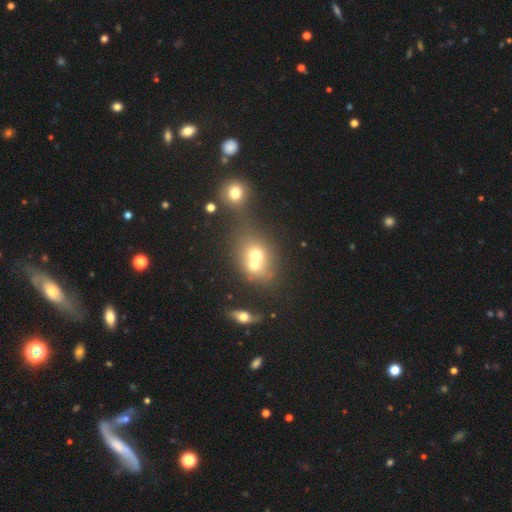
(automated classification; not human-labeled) A smooth galaxy with no disk features (62%) that is round (61%). Merging: merger (62%).